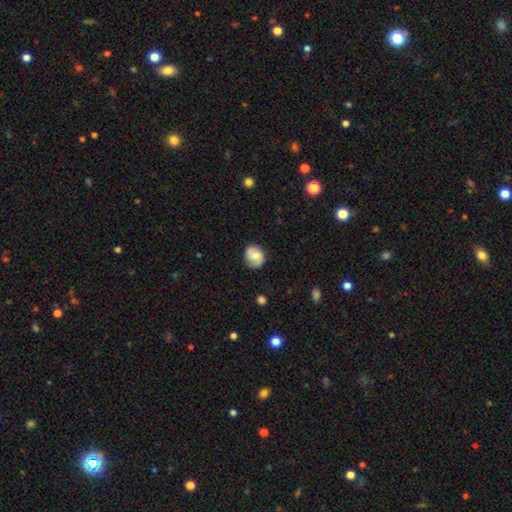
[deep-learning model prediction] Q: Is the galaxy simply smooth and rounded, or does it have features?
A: smooth — 62%.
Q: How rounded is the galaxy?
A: round — 73%.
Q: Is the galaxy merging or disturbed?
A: none — 78%.